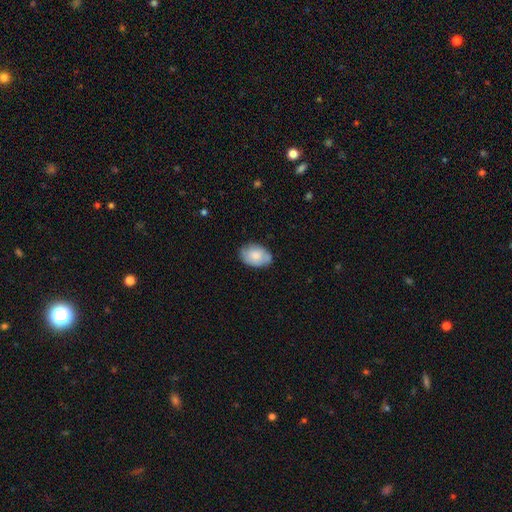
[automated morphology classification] Smooth or featured? Predicted: smooth (p=0.77). How rounded? Predicted: in between (p=0.87). Merging? Predicted: none (p=0.77).